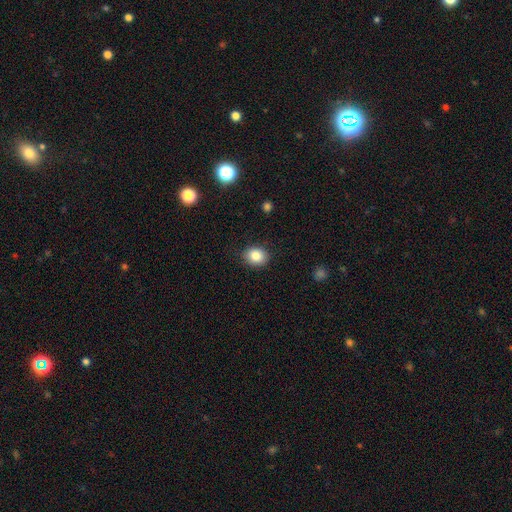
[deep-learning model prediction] Smooth or featured: smooth — 85% (star or artifact — 9%)
How rounded: round — 57% (in between — 42%)
Merging: none — 87% (minor disturbance — 9%)